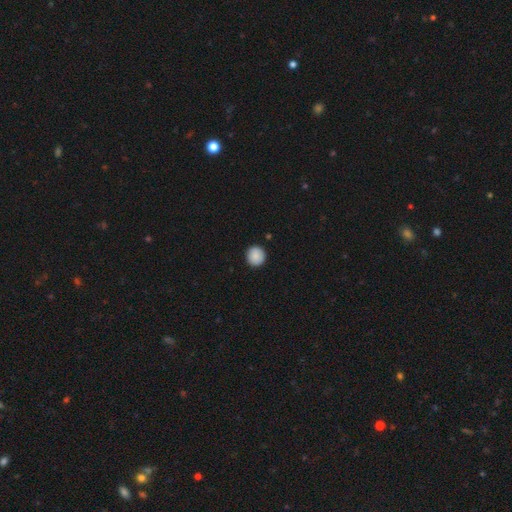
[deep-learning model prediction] Smooth or featured?
  - smooth: 88% *
  - star or artifact: 8%
  - featured or disk: 5%
How rounded?
  - round: 93% *
  - in between: 6%
  - cigar-shaped: 1%
Merging?
  - none: 92% *
  - minor disturbance: 6%
  - major disturbance: 2%
  - merger: 1%